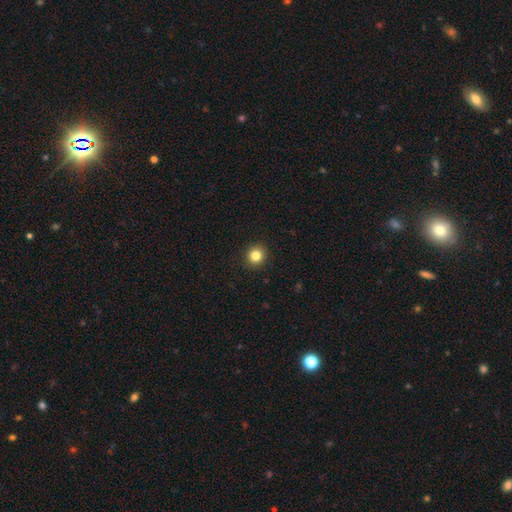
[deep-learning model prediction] Overall: smooth (84%). How rounded: round (89%). Merging: none (93%).